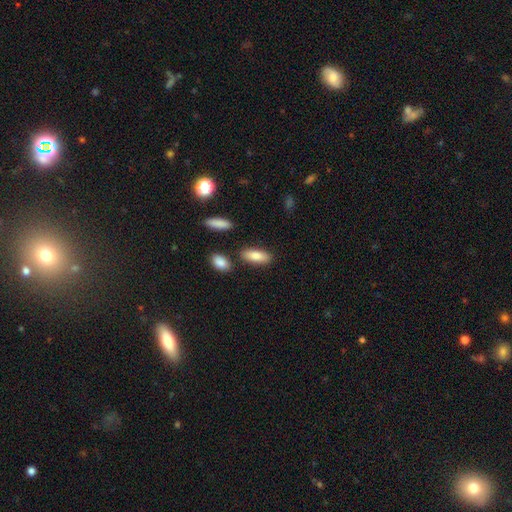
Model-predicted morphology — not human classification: Overall: smooth (83%). How rounded: in between (76%). Merging: none (82%).